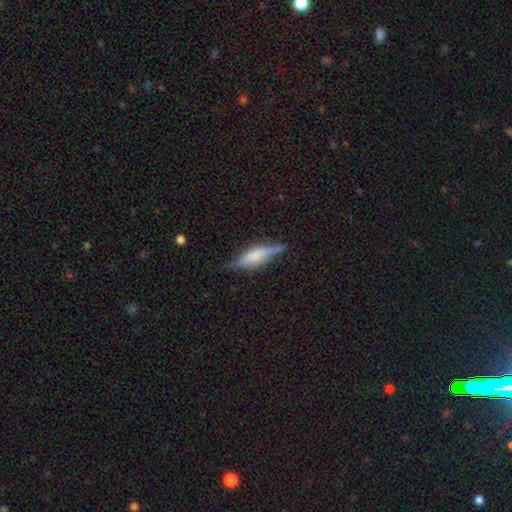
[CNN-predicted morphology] A featured or disk galaxy (60%) viewed edge-on (93%) with a rounded central bulge (54%).

Vote fractions:
- Smooth or featured? featured or disk: 60% / smooth: 33% / star or artifact: 7%
- Edge-on disk? yes: 93% / no: 7%
- Edge-on bulge? rounded: 54% / boxy: 38% / none: 8%
- Merging? none: 73% / minor disturbance: 20% / major disturbance: 5% / merger: 2%